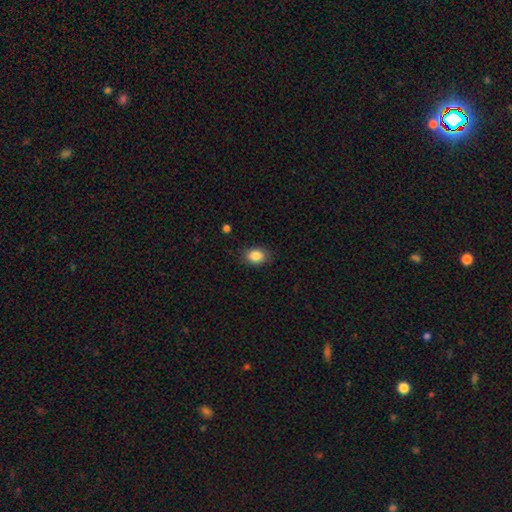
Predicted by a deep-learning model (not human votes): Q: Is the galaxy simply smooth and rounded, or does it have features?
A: smooth — 86%.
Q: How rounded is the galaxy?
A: in between — 65%.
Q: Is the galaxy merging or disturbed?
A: none — 85%.